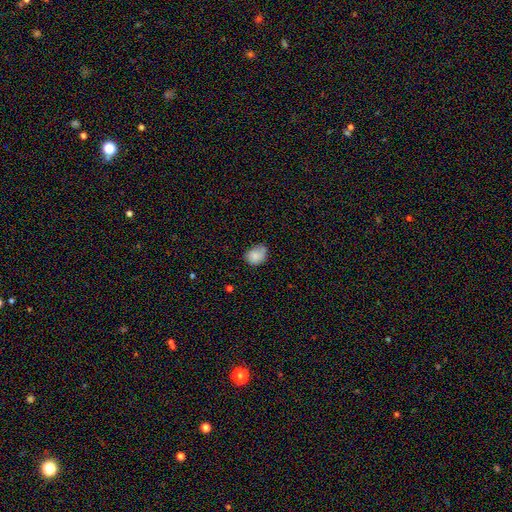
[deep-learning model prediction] smooth 82%, featured or disk 10%, star or artifact 8%. Down the decision tree: how rounded — in between (53%); merging — none (52%).